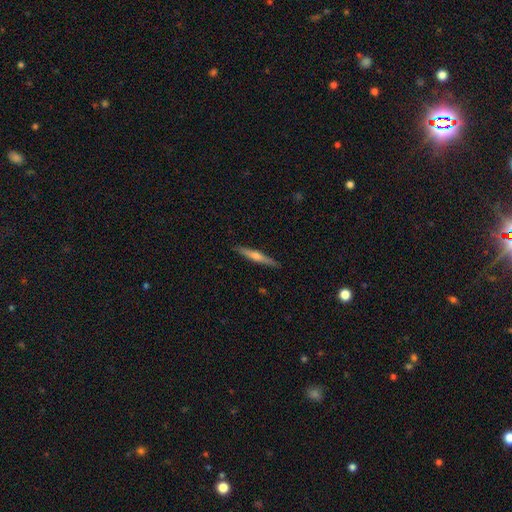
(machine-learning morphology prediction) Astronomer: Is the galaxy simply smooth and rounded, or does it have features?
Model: featured or disk — 64%.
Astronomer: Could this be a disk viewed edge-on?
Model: yes — 98%.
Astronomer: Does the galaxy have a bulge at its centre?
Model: rounded — 83%.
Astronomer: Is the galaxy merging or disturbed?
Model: none — 92%.